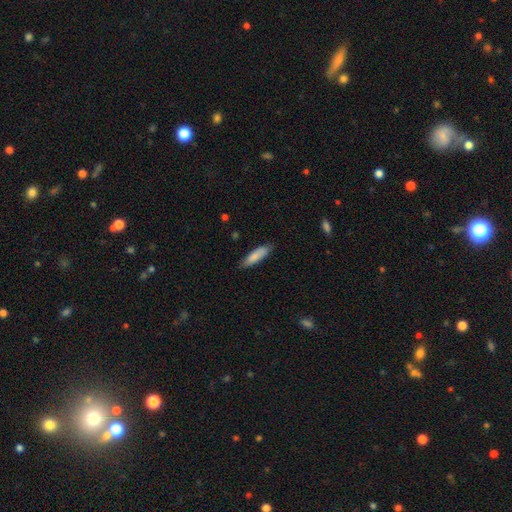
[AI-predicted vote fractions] Smooth or featured: smooth — 84% (featured or disk — 10%)
How rounded: cigar-shaped — 63% (in between — 35%)
Merging: none — 83% (minor disturbance — 14%)